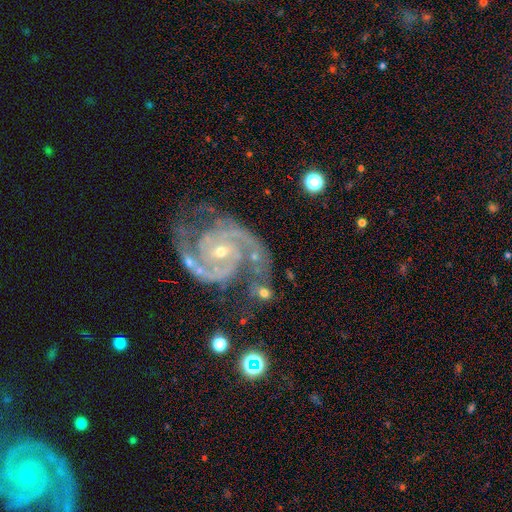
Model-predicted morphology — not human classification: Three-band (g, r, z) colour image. It shows a featured or disk galaxy (93%) with no bar (51%), 2 (87%) medium (55%) spiral arms (99%) and a small central bulge (61%). Merging: none (64%).